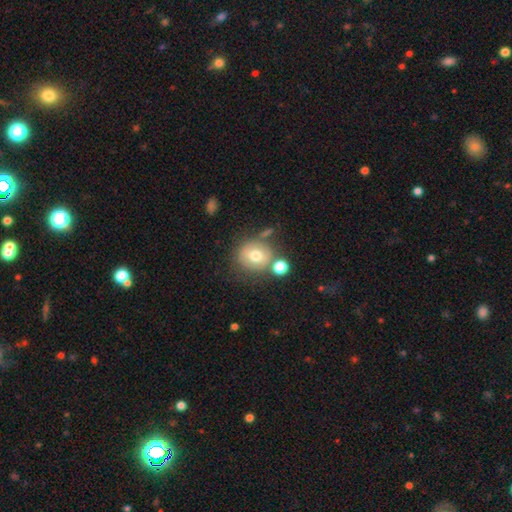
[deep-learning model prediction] Morphology: type=smooth (67%); roundness=round (83%); merging=none (60%).